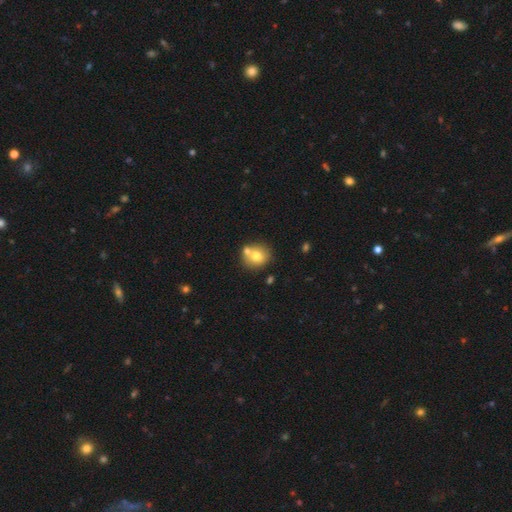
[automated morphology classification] A smooth galaxy with no disk features (72%) that is round (84%). Merging: none (60%).